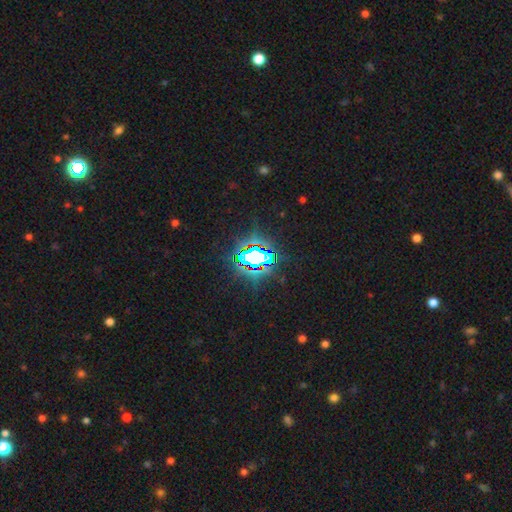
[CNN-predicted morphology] This is likely a star or artifact rather than a galaxy (76%).